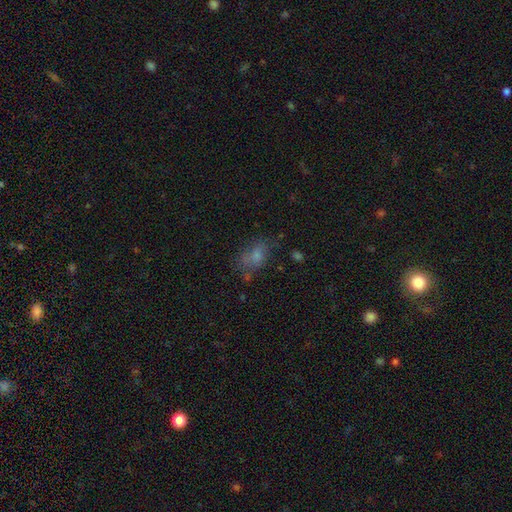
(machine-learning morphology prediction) Smooth or featured? smooth (67%)
How rounded? in between (81%)
Merging? none (45%)